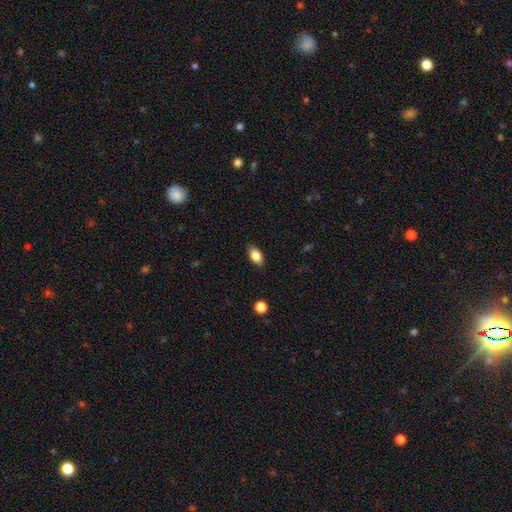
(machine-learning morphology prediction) type=smooth (81%); roundness=in between (88%); merging=none (86%).